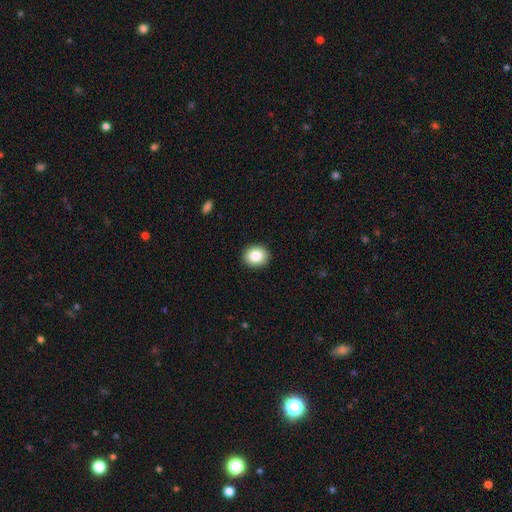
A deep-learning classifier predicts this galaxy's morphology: smooth 85%, star or artifact 9%, featured or disk 6%. Down the decision tree: how rounded — round (66%); merging — none (91%).